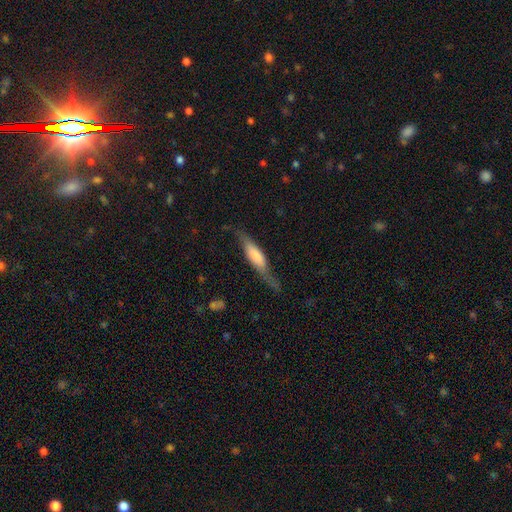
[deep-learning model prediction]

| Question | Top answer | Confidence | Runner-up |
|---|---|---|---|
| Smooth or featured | smooth | 50% | featured or disk (45%) |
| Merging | none | 60% | minor disturbance (25%) |